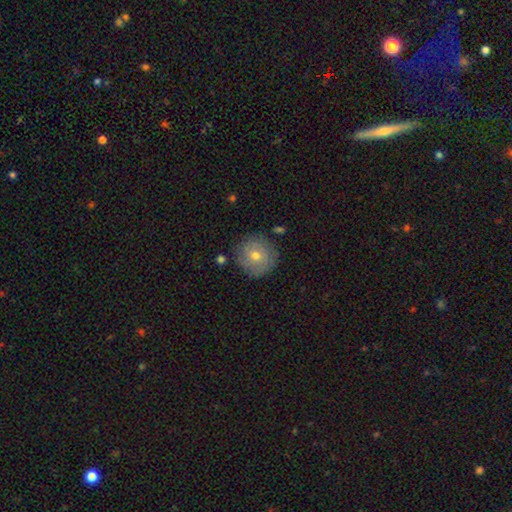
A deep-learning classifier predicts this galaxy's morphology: The model was most divided on "smooth or featured": smooth: 59%, featured or disk: 32%, star or artifact: 9%. More confident: how rounded — round (94%); merging — none (80%).